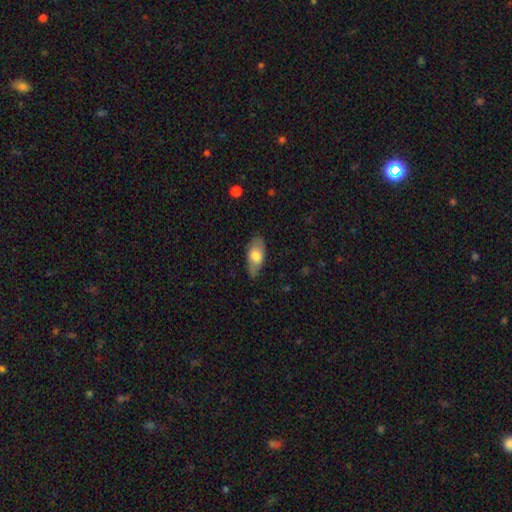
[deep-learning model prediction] Smooth or featured? Predicted: smooth (p=0.69). How rounded? Predicted: in between (p=0.89). Merging? Predicted: none (p=0.78).